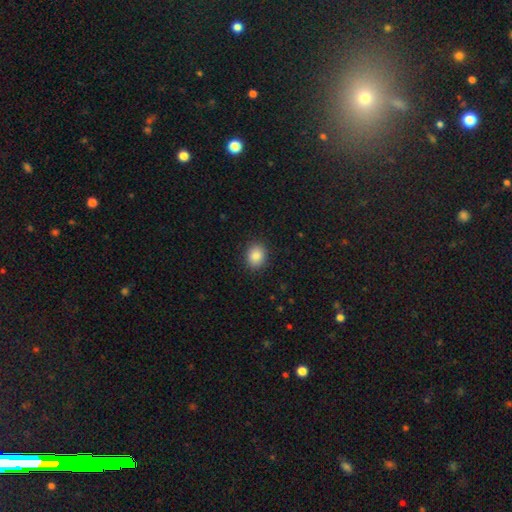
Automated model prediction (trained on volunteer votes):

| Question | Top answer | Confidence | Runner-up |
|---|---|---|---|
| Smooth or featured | smooth | 87% | star or artifact (9%) |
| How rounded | round | 54% | in between (45%) |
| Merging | none | 89% | minor disturbance (8%) |